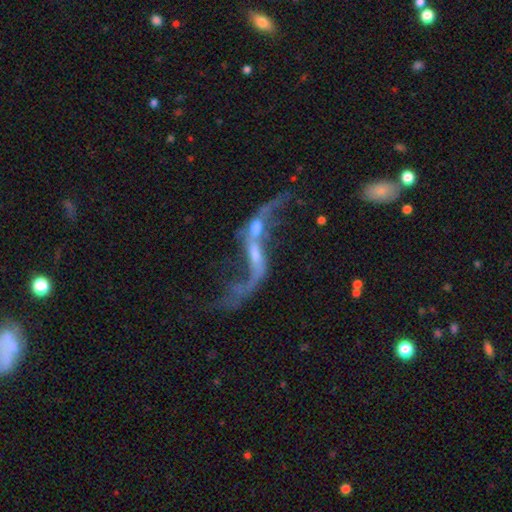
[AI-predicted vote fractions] Morphology: type=featured or disk (70%); edge-on=no (85%); bar=no (54%); spiral arms=yes (60%); bulge=moderate (30%, tied with none); merging=merger (62%).